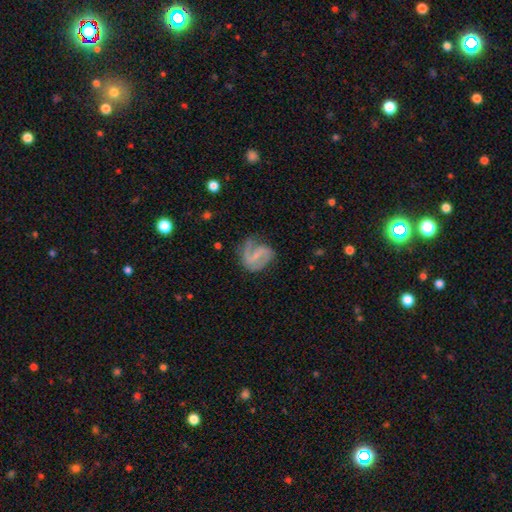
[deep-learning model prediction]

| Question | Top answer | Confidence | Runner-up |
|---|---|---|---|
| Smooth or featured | featured or disk | 79% | smooth (15%) |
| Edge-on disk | no | 98% | yes (2%) |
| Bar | weak | 47% | strong (30%) |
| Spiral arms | yes | 93% | no (7%) |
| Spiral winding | medium | 48% | loose (31%) |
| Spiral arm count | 2 | 75% | 1 (15%) |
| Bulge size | small | 53% | none (32%) |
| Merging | none | 58% | minor disturbance (24%) |